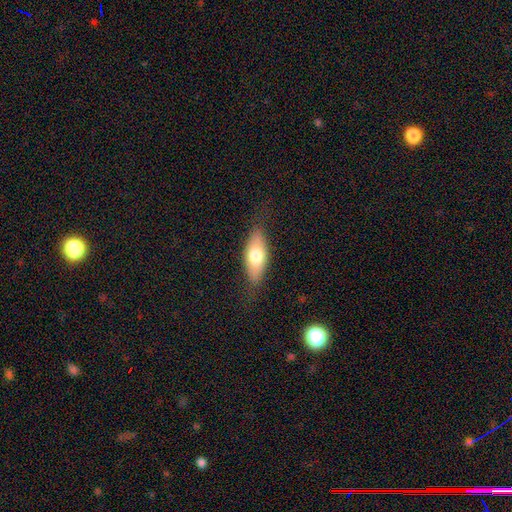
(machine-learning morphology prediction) This appears to be a smooth galaxy with no disk features (67%) that is in between round and cigar-shaped (75%). Merging: none (80%).